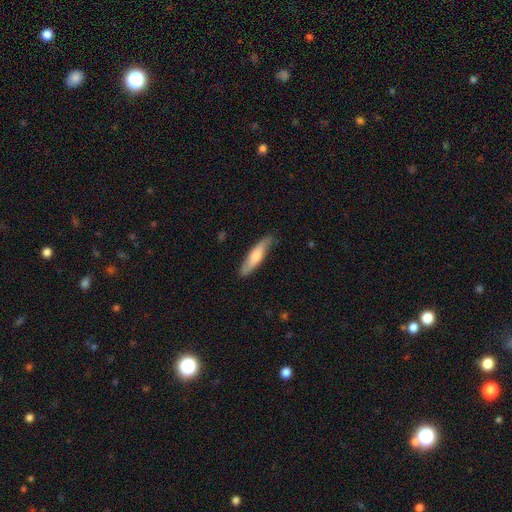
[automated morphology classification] This is possibly a smooth galaxy (56%). How rounded: likely cigar-shaped (79%). Merging: clearly none (83%).